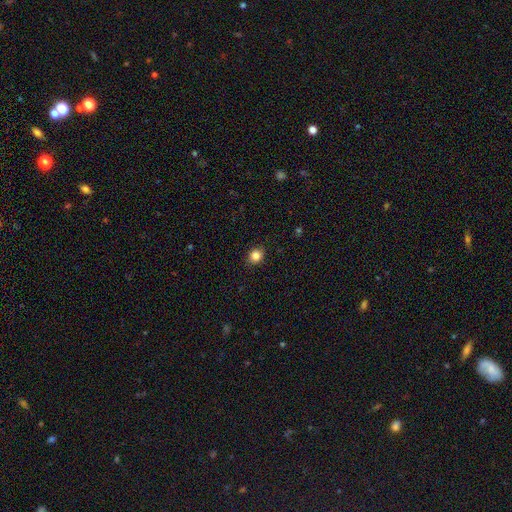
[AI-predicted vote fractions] Q: Smooth or featured?
A: smooth (84%); runner-up: star or artifact (11%)
Q: How rounded?
A: round (77%); runner-up: in between (22%)
Q: Merging?
A: none (90%); runner-up: minor disturbance (7%)